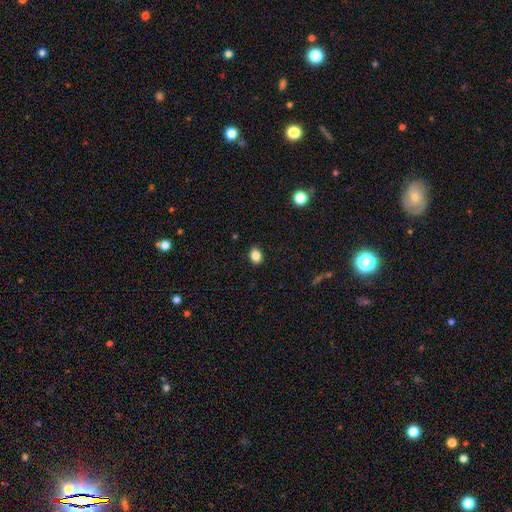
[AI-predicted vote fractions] A smooth galaxy with no disk features (85%) that is in between round and cigar-shaped (60%).

Vote fractions:
- Smooth or featured? smooth: 85% / star or artifact: 10% / featured or disk: 5%
- How rounded? in between: 60% / round: 39% / cigar-shaped: 1%
- Merging? none: 88% / minor disturbance: 9% / major disturbance: 2% / merger: 1%